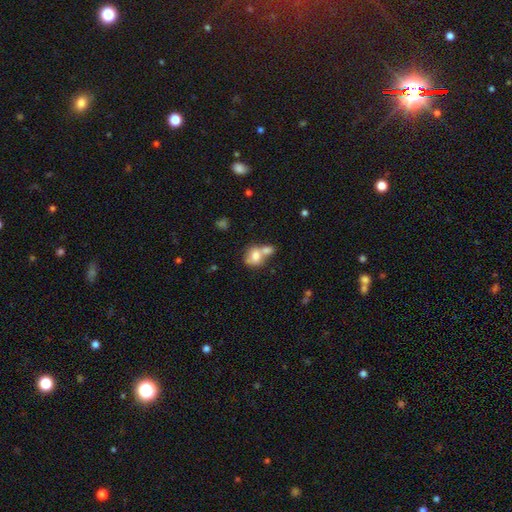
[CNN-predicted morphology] Q: Smooth or featured?
A: smooth (72%); runner-up: featured or disk (19%)
Q: How rounded?
A: in between (54%); runner-up: round (45%)
Q: Merging?
A: merger (64%); runner-up: none (22%)